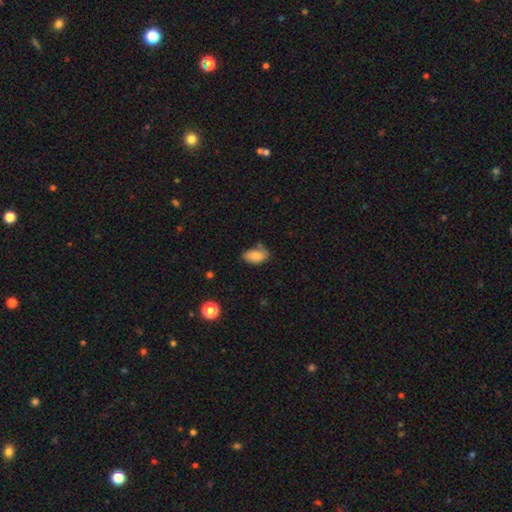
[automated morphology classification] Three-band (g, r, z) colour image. It shows a smooth galaxy with no disk features (84%) that is in between round and cigar-shaped (91%). Merging: none (62%).